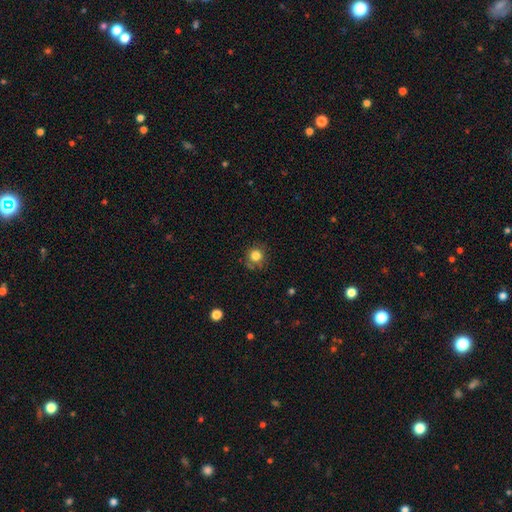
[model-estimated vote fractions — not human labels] smooth_or_featured: smooth (p=0.80) [alt: star or artifact p=0.12]
how_rounded: round (p=0.91) [alt: in between p=0.08]
merging: none (p=0.78) [alt: minor disturbance p=0.15]